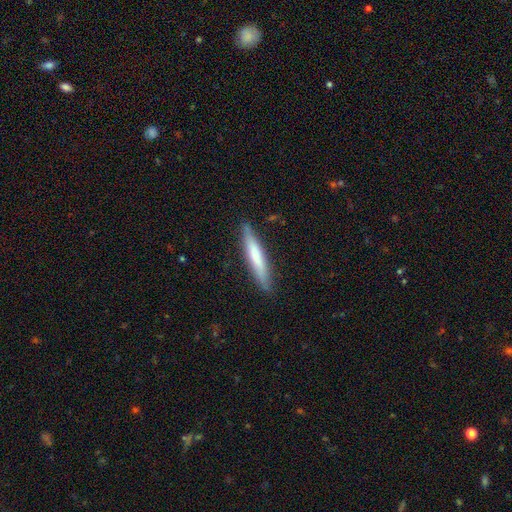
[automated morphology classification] Q: Smooth or featured?
A: smooth (63%); runner-up: featured or disk (32%)
Q: How rounded?
A: cigar-shaped (92%); runner-up: in between (7%)
Q: Merging?
A: none (86%); runner-up: minor disturbance (11%)